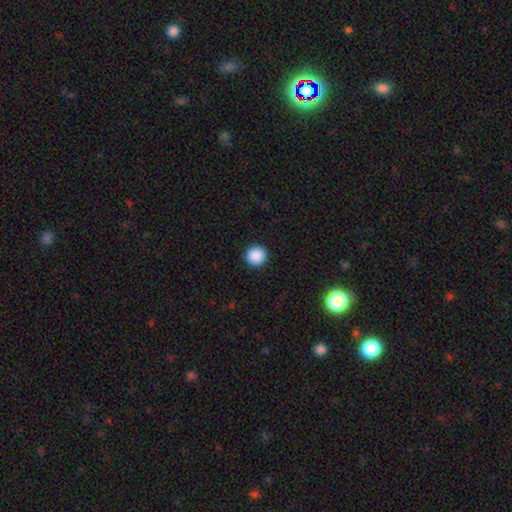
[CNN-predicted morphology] A smooth galaxy with no disk features (89%) that is round (94%). Merging: none (93%).